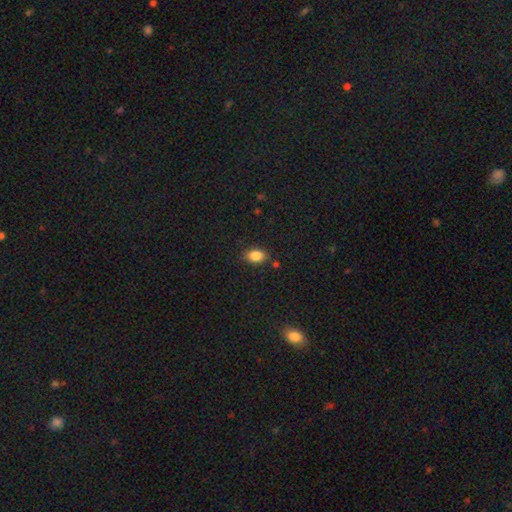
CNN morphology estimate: This appears to be a smooth galaxy with no disk features (84%) that is in between round and cigar-shaped (78%). Merging: none (83%).